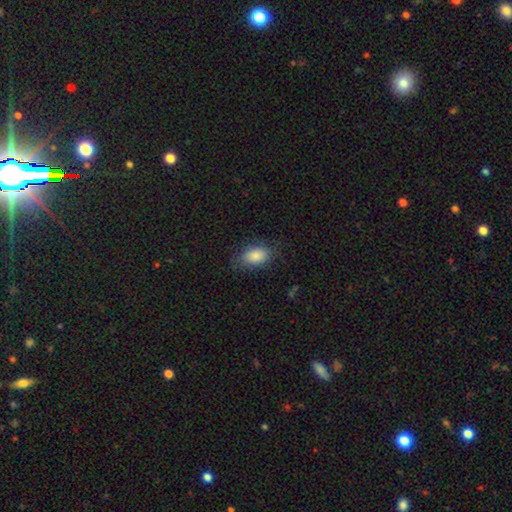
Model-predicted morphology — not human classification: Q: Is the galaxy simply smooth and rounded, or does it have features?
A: smooth — 86%.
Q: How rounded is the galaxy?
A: in between — 90%.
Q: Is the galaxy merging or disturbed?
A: none — 77%.